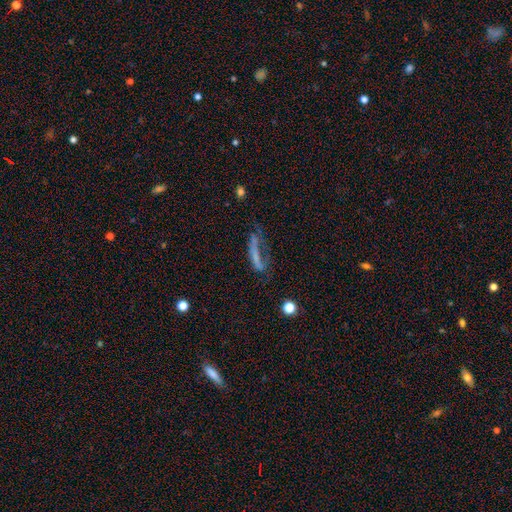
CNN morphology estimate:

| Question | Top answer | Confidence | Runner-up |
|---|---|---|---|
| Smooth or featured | smooth | 47% | featured or disk (38%) |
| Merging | major disturbance | 42% | none (30%) |